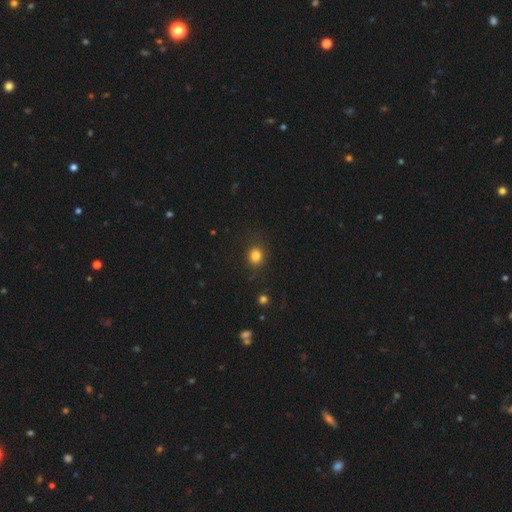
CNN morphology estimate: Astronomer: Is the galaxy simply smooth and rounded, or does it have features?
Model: smooth — 82%.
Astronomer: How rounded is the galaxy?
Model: round — 80%.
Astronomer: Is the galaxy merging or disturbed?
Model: none — 84%.